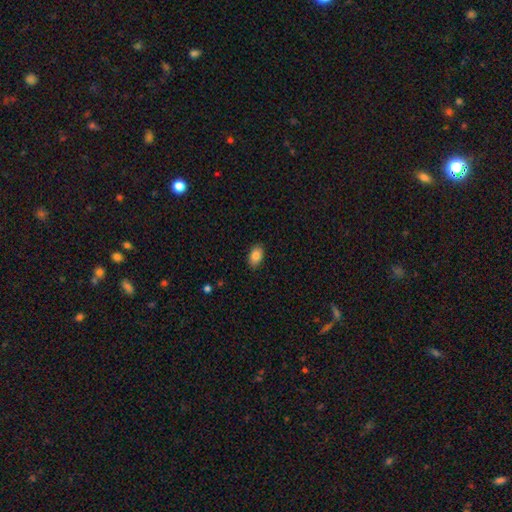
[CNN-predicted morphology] This appears to be a smooth galaxy with no disk features (86%) that is in between round and cigar-shaped (90%). Merging: none (88%).